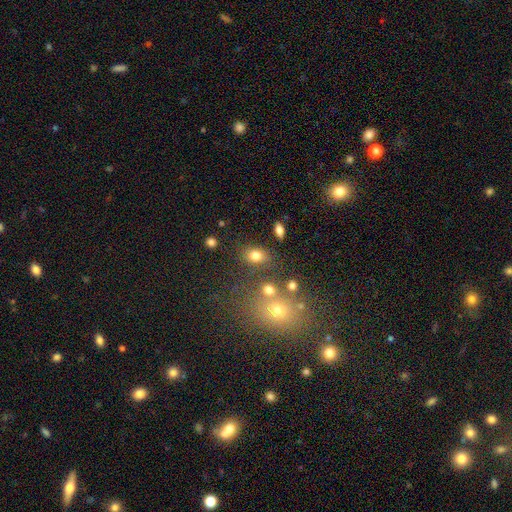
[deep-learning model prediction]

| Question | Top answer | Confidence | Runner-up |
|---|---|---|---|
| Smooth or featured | smooth | 76% | star or artifact (14%) |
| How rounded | in between | 63% | round (35%) |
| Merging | none | 75% | minor disturbance (12%) |